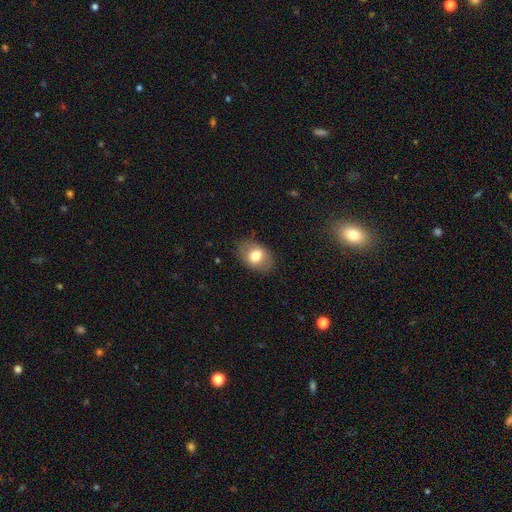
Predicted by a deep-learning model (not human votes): Smooth or featured: smooth — 72% (featured or disk — 20%)
How rounded: in between — 78% (round — 21%)
Merging: none — 80% (minor disturbance — 14%)